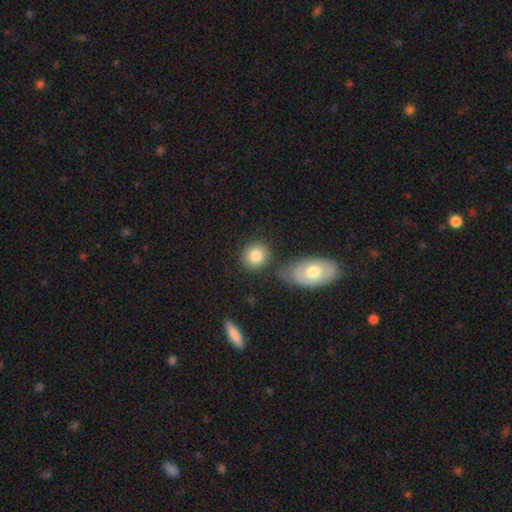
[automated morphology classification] type=smooth (83%); roundness=round (77%); merging=none (70%).